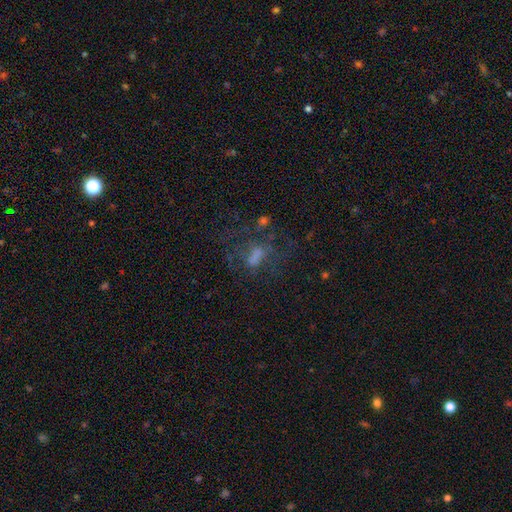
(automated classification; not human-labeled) smooth_or_featured: featured or disk (p=0.39) [alt: smooth p=0.38]
merging: none (p=0.40) [alt: major disturbance p=0.37]